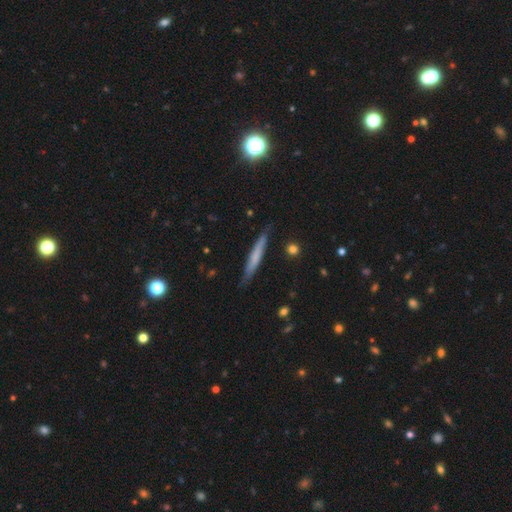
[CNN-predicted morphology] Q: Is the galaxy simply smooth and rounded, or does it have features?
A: smooth — 56%.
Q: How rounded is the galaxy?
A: cigar-shaped — 95%.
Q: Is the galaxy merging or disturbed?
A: none — 84%.